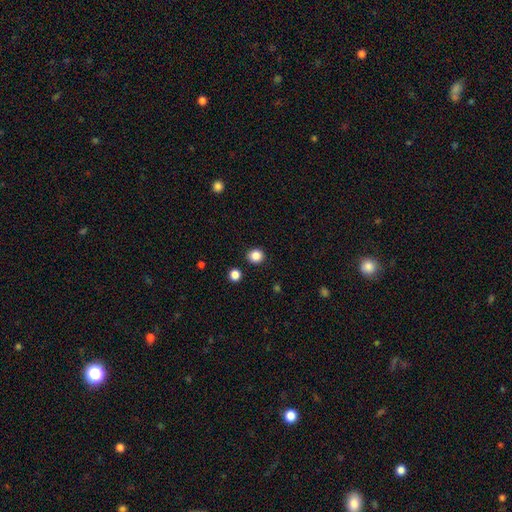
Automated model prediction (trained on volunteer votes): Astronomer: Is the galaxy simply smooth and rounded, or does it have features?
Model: smooth — 86%.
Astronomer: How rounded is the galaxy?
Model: round — 87%.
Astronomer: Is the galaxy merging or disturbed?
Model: none — 90%.